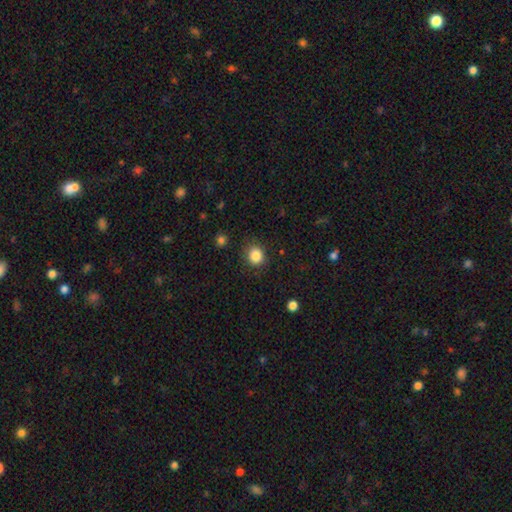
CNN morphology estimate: Smooth or featured? smooth (86%)
How rounded? round (78%)
Merging? none (85%)